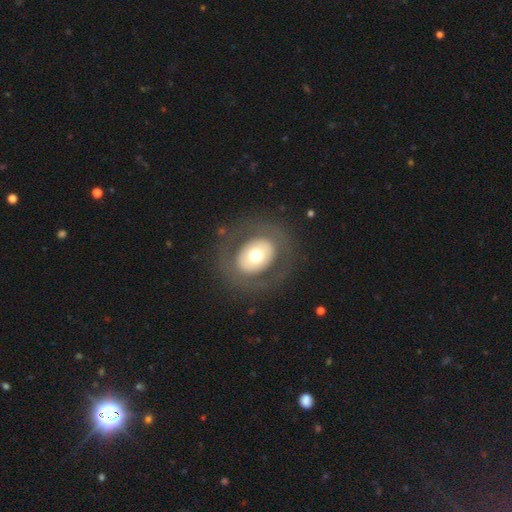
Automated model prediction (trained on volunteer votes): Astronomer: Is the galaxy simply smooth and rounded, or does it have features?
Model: smooth — 53% (runner-up: featured or disk, 39%).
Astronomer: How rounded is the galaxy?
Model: round — 52% (runner-up: in between, 47%).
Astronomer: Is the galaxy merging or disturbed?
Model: none — 81%.